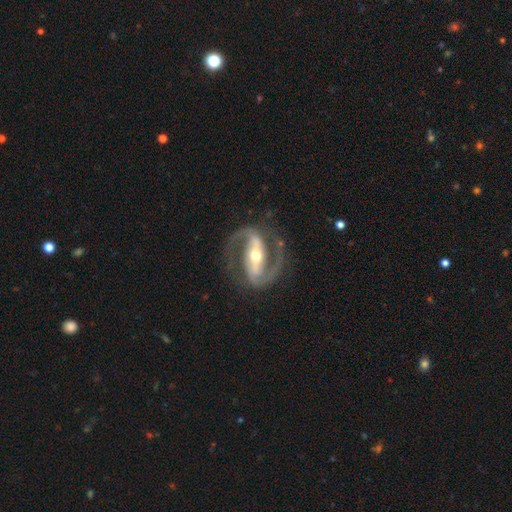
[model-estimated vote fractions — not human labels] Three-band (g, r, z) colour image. It shows a featured or disk galaxy (92%) with a strong bar (72%), 2 (94%) medium (60%) spiral arms (97%) and a moderate central bulge (59%). Merging: none (82%).